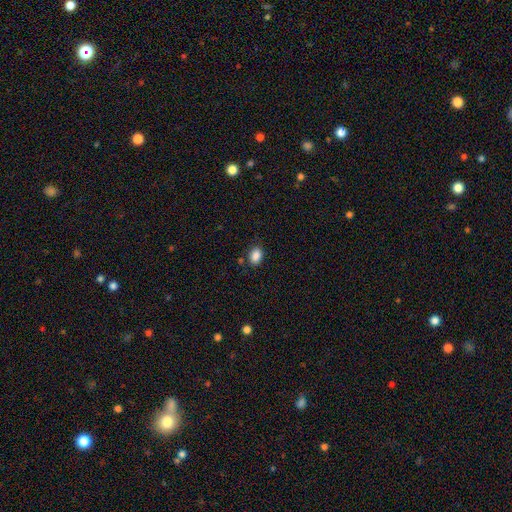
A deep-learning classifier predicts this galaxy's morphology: smooth_or_featured: smooth (p=0.87) [alt: star or artifact p=0.09]
how_rounded: in between (p=0.77) [alt: round p=0.21]
merging: none (p=0.81) [alt: minor disturbance p=0.12]